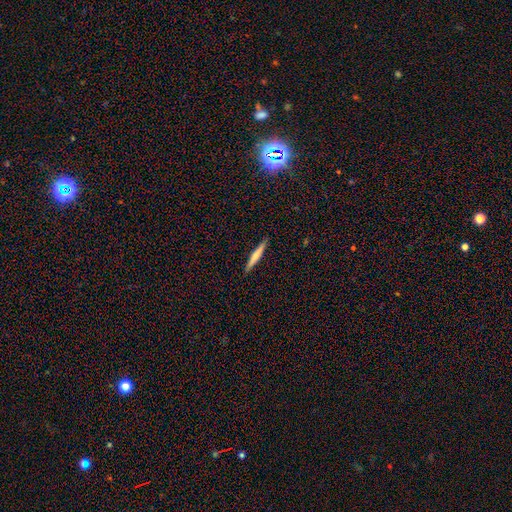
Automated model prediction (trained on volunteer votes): Smooth or featured?
  - smooth: 59% *
  - featured or disk: 35%
  - star or artifact: 6%
How rounded?
  - cigar-shaped: 96% *
  - in between: 3%
  - round: 1%
Merging?
  - none: 91% *
  - minor disturbance: 7%
  - major disturbance: 1%
  - merger: 1%